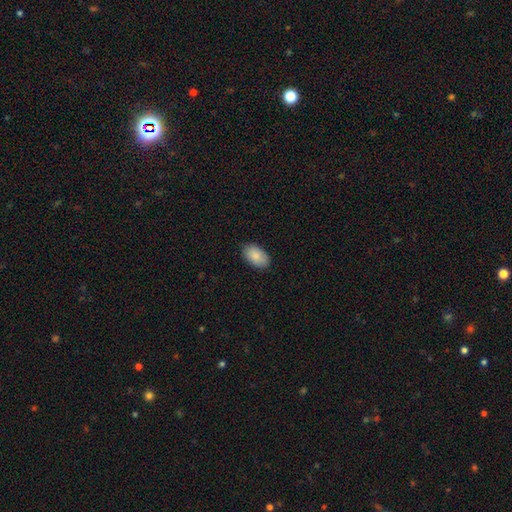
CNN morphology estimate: Smooth or featured? smooth (87%)
How rounded? in between (94%)
Merging? none (86%)